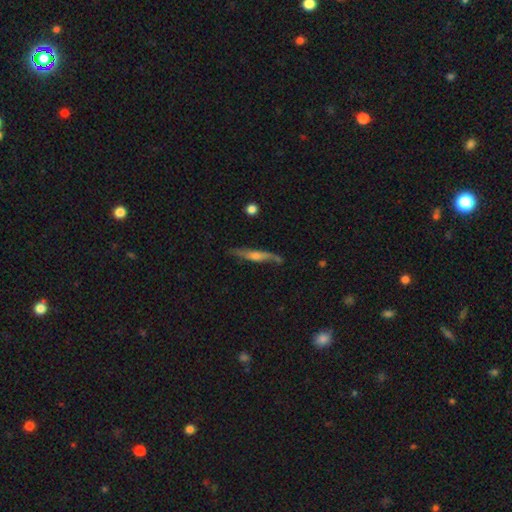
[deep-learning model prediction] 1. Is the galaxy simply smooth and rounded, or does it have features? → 61% featured or disk, 33% smooth, 7% star or artifact.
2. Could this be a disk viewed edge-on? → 83% yes, 17% no.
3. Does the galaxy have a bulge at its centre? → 69% rounded, 19% none, 12% boxy.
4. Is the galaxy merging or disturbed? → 69% none, 21% minor disturbance, 6% major disturbance, 4% merger.